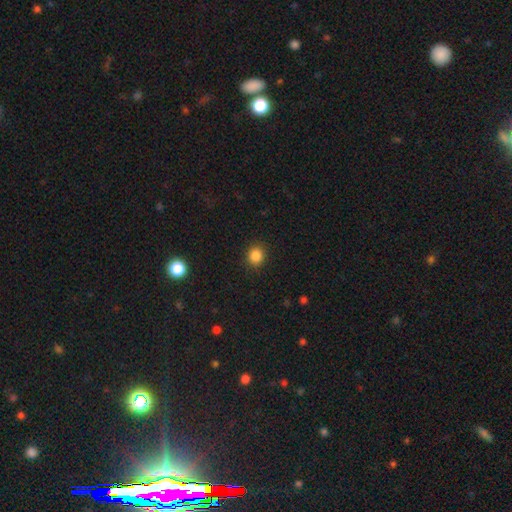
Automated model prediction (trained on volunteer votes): Q: Smooth or featured?
A: smooth (85%); runner-up: star or artifact (11%)
Q: How rounded?
A: round (86%); runner-up: in between (13%)
Q: Merging?
A: none (91%); runner-up: minor disturbance (6%)